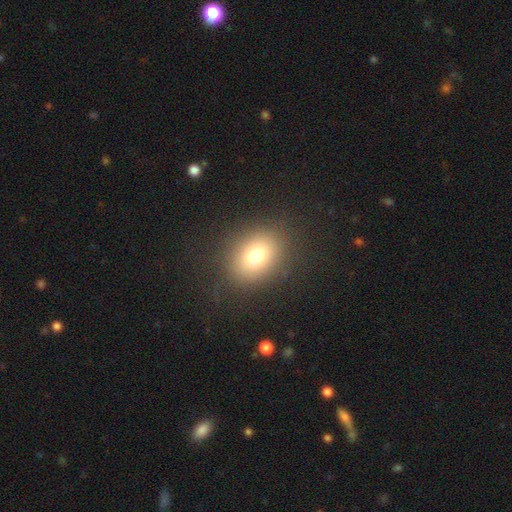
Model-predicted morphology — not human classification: Smooth or featured: smooth — 76% (star or artifact — 13%)
How rounded: in between — 56% (round — 43%)
Merging: none — 84% (minor disturbance — 9%)